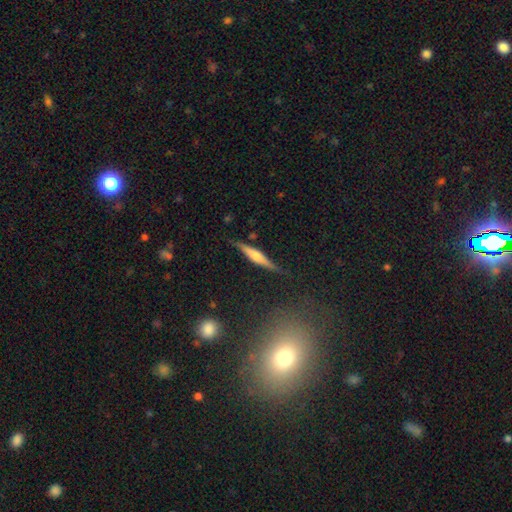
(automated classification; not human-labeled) Smooth or featured? featured or disk (64%)
Edge-on disk? yes (95%)
Edge-on bulge? rounded (76%)
Merging? none (81%)